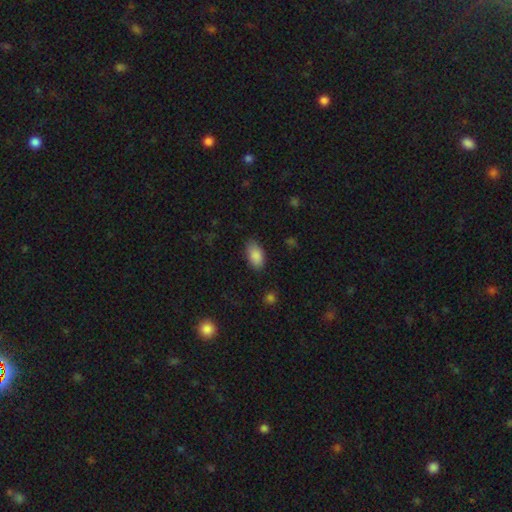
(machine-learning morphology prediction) Overall: smooth (87%). How rounded: in between (93%). Merging: none (79%).